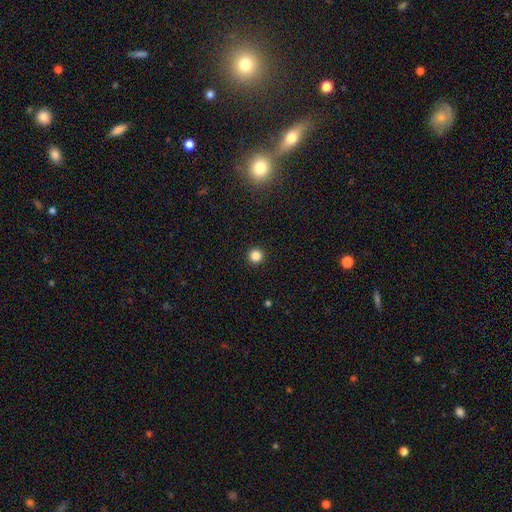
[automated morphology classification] smooth_or_featured: smooth (p=0.84) [alt: star or artifact p=0.13]
how_rounded: round (p=0.96) [alt: in between p=0.03]
merging: none (p=0.93) [alt: minor disturbance p=0.04]